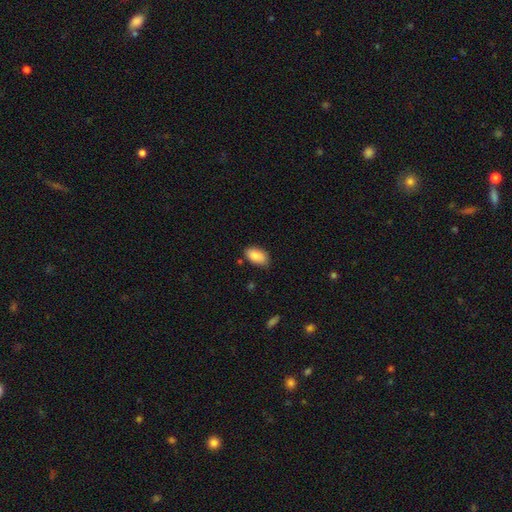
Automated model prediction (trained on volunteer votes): smooth_or_featured: smooth (p=0.86) [alt: featured or disk p=0.07]
how_rounded: in between (p=0.93) [alt: round p=0.05]
merging: none (p=0.77) [alt: minor disturbance p=0.18]